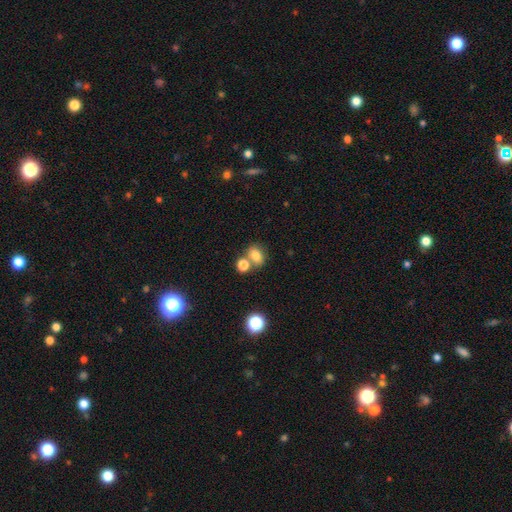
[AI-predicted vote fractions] The model was most divided on "how rounded": in between: 59%, round: 40%, cigar-shaped: 2%. More confident: smooth or featured — smooth (78%); merging — none (54%).